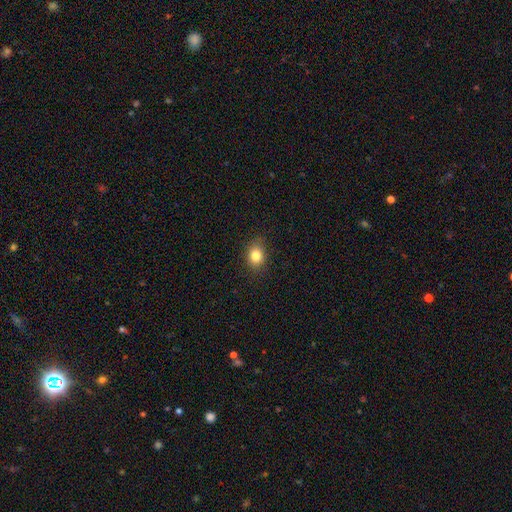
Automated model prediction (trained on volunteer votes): Q: Smooth or featured?
A: smooth (82%); runner-up: star or artifact (10%)
Q: How rounded?
A: in between (53%); runner-up: round (46%)
Q: Merging?
A: none (84%); runner-up: minor disturbance (12%)